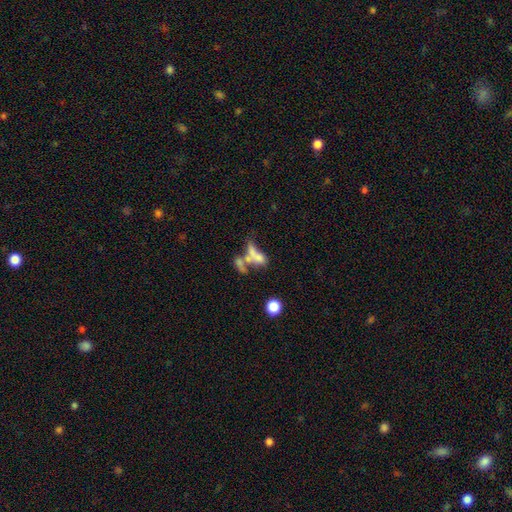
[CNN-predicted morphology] This appears to be a smooth galaxy with no disk features (50%) that is in between round and cigar-shaped (67%). Merging: merger (58%).